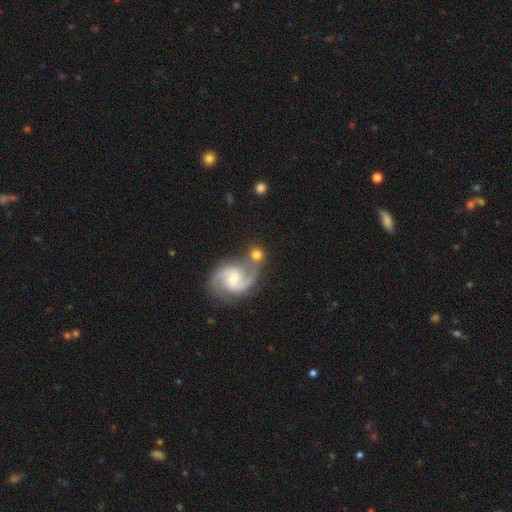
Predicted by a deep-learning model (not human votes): This is clearly a featured or disk galaxy (86%). It is clearly not viewed edge-on (98%). Bar: possibly weak (46%). Spiral arm pattern: clearly yes (97%). Spiral arm count: clearly 2 (92%). Spiral winding: possibly medium (56%). Central bulge: possibly small (49%). Merging: likely none (60%).